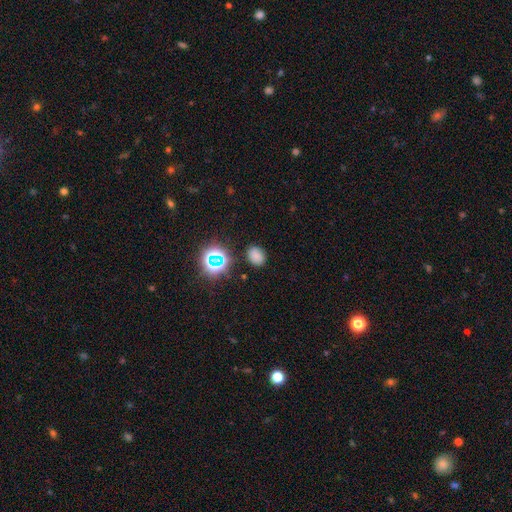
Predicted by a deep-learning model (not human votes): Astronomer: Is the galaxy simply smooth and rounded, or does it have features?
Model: smooth — 71%.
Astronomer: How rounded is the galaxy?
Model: in between — 57% (runner-up: round, 42%).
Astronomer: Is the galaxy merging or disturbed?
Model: none — 81%.